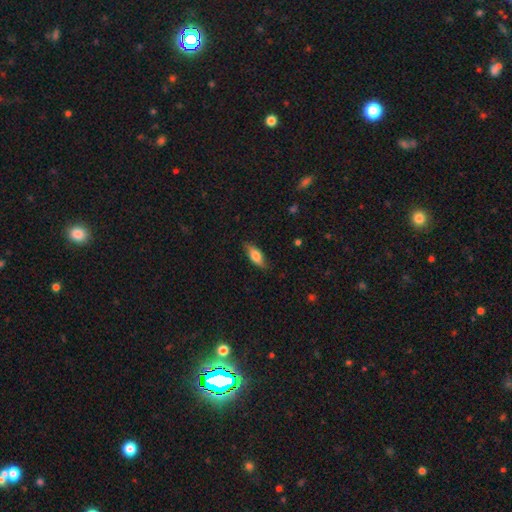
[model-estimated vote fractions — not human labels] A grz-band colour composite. It shows a smooth galaxy with no disk features (70%) that is in between round and cigar-shaped (71%). Merging: none (80%).